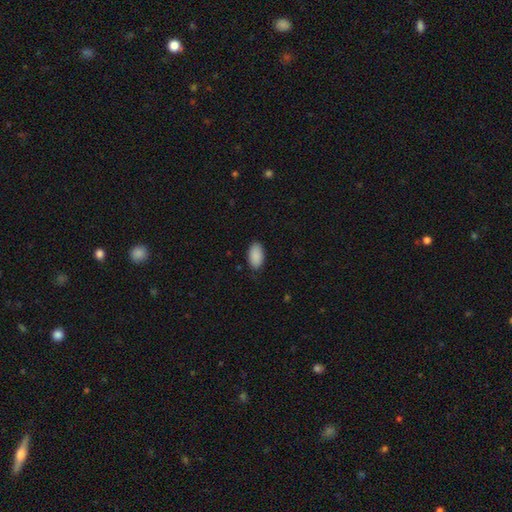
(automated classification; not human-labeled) Smooth or featured: smooth — 90% (star or artifact — 6%)
How rounded: in between — 95% (round — 3%)
Merging: none — 85% (minor disturbance — 12%)